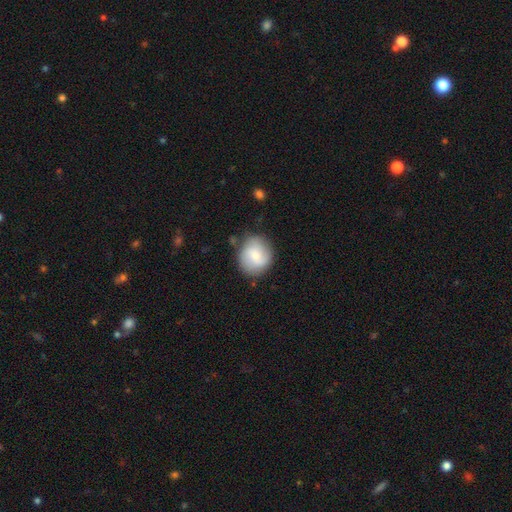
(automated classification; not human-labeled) smooth 62%, featured or disk 31%, star or artifact 7%. Down the decision tree: how rounded — round (81%); merging — none (77%).